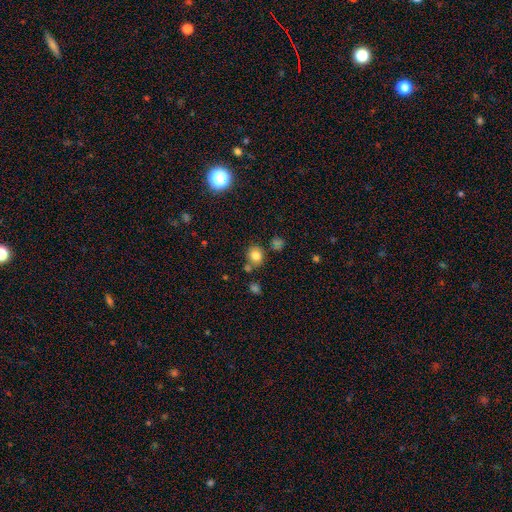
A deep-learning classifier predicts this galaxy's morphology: A smooth galaxy with no disk features (79%) that is round (75%).

Vote fractions:
- Smooth or featured? smooth: 79% / star or artifact: 13% / featured or disk: 9%
- How rounded? round: 75% / in between: 24% / cigar-shaped: 1%
- Merging? none: 68% / minor disturbance: 14% / merger: 14% / major disturbance: 4%